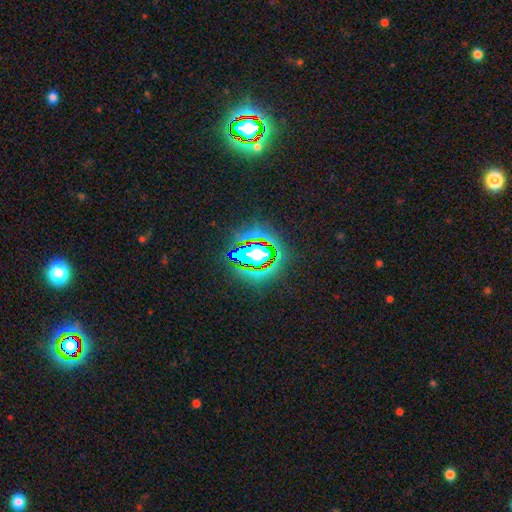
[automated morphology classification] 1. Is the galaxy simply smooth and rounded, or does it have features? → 82% star or artifact, 10% smooth, 8% featured or disk.